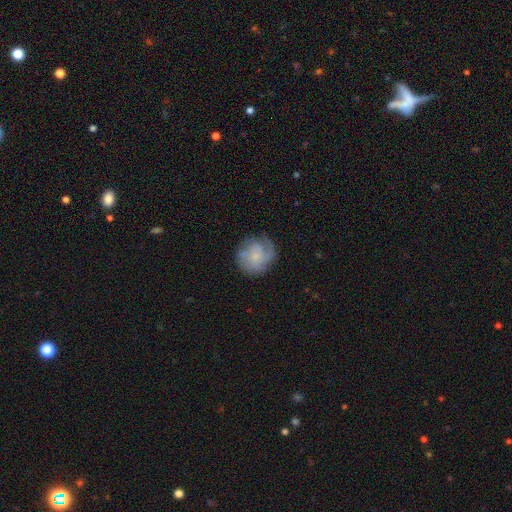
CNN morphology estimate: type=featured or disk (55%); edge-on=no (98%); bar=no (77%); spiral arms=yes (82%); bulge=small (54%); merging=none (67%).